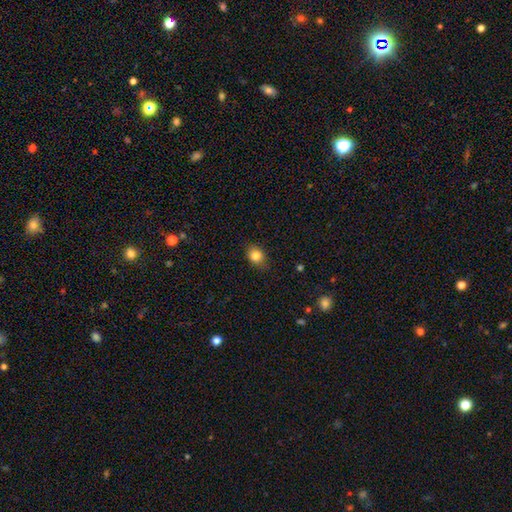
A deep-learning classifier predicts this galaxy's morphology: Smooth or featured: smooth — 83% (star or artifact — 10%)
How rounded: in between — 52% (round — 47%)
Merging: none — 80% (minor disturbance — 16%)